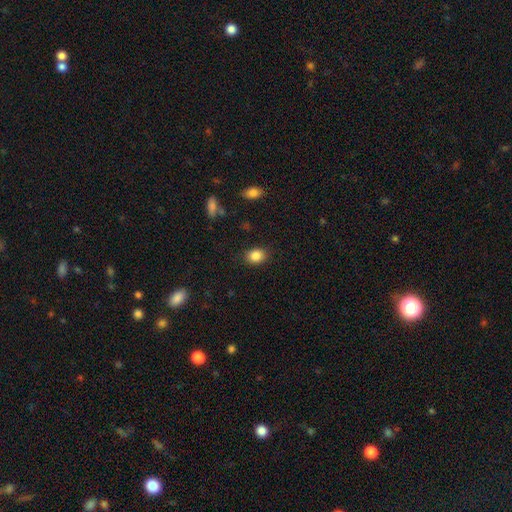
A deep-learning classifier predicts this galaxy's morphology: A smooth galaxy with no disk features (85%) that is in between round and cigar-shaped (57%).

Vote fractions:
- Smooth or featured? smooth: 85% / star or artifact: 10% / featured or disk: 5%
- How rounded? in between: 57% / round: 42% / cigar-shaped: 1%
- Merging? none: 86% / minor disturbance: 10% / major disturbance: 3% / merger: 1%